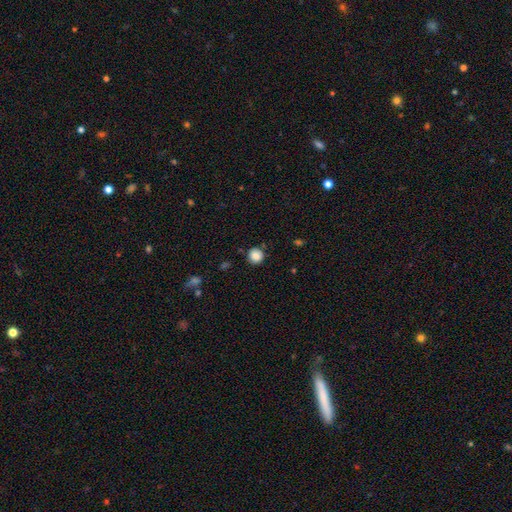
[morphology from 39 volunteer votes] Smooth or featured? smooth (87%)
How rounded? round (97%)
Merging? none (89%)